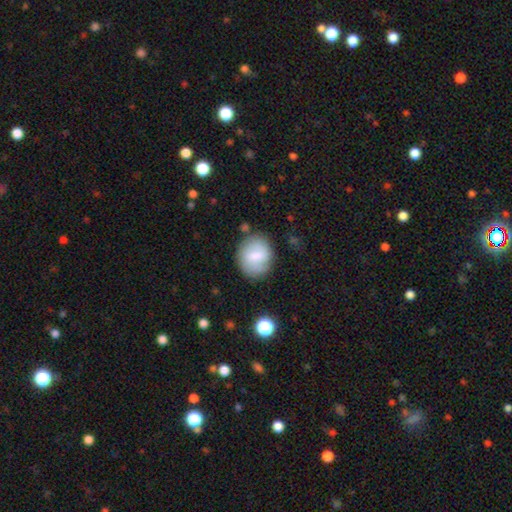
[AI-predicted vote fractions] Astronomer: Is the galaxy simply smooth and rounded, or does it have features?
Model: smooth — 62%.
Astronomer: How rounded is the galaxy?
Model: round — 66%.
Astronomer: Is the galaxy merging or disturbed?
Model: none — 74%.